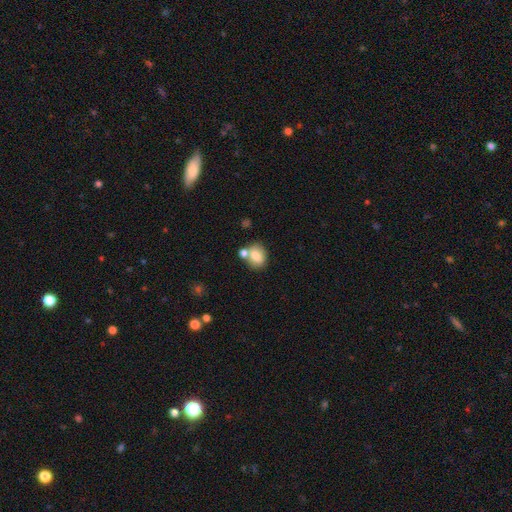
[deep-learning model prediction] Smooth or featured? Predicted: smooth (p=0.78). How rounded? Predicted: in between (p=0.58). Merging? Predicted: none (p=0.53).